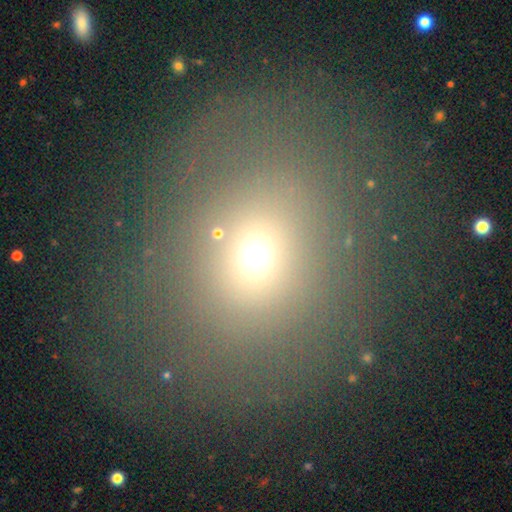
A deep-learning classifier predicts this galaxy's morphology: This appears to be a smooth galaxy with no disk features (66%) that is round (68%). Merging: none (70%).